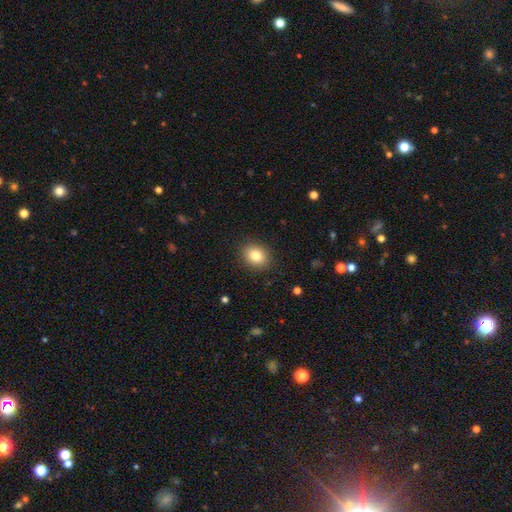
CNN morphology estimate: Smooth or featured?
  - smooth: 82% *
  - star or artifact: 10%
  - featured or disk: 8%
How rounded?
  - round: 59% *
  - in between: 40%
  - cigar-shaped: 1%
Merging?
  - none: 89% *
  - minor disturbance: 8%
  - major disturbance: 2%
  - merger: 1%